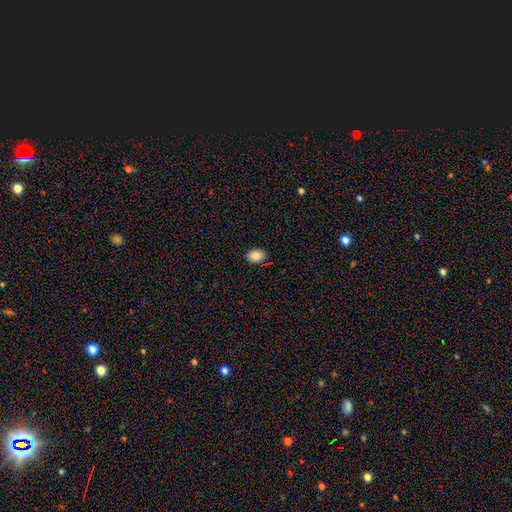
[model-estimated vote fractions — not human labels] Smooth or featured? Predicted: smooth (p=0.87). How rounded? Predicted: in between (p=0.77). Merging? Predicted: none (p=0.85).